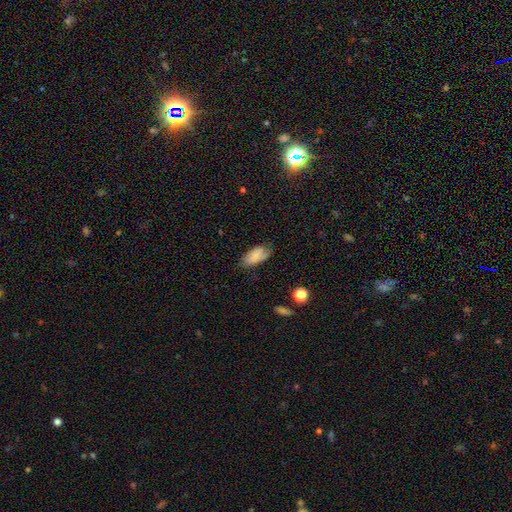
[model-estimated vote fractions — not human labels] Smooth or featured? smooth (70%)
How rounded? in between (90%)
Merging? none (58%)